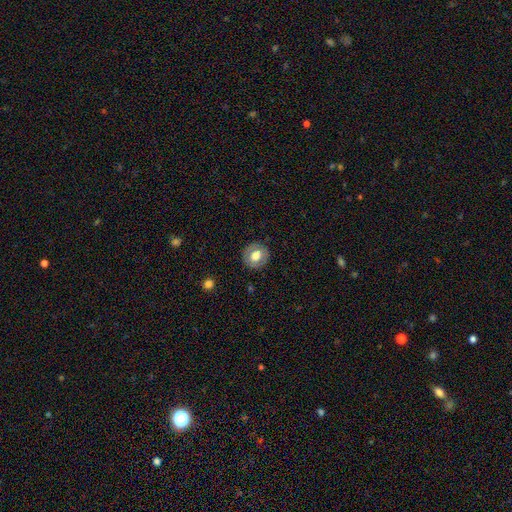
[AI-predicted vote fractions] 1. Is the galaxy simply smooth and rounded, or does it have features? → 63% smooth, 30% featured or disk, 7% star or artifact.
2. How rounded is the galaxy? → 83% round, 16% in between, 1% cigar-shaped.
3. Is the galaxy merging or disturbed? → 86% none, 10% minor disturbance, 3% major disturbance, 1% merger.